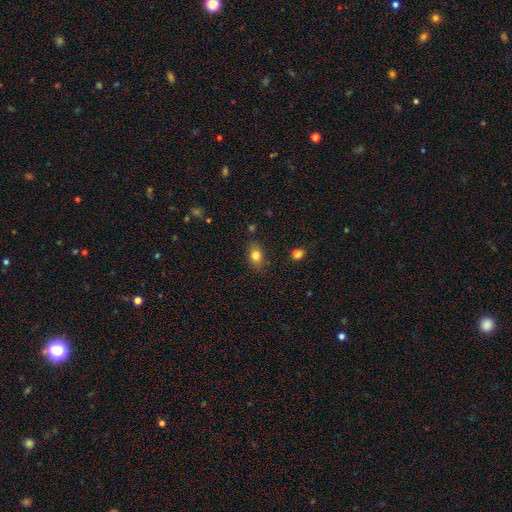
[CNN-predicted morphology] Smooth or featured? smooth (81%)
How rounded? in between (73%)
Merging? none (82%)